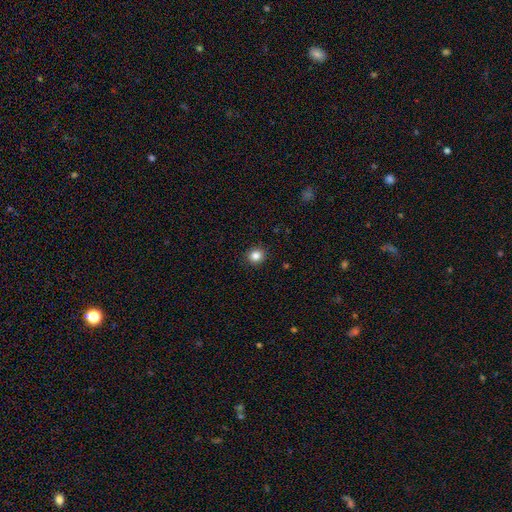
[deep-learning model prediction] smooth 84%, star or artifact 11%, featured or disk 4%. Down the decision tree: how rounded — round (85%); merging — none (91%).